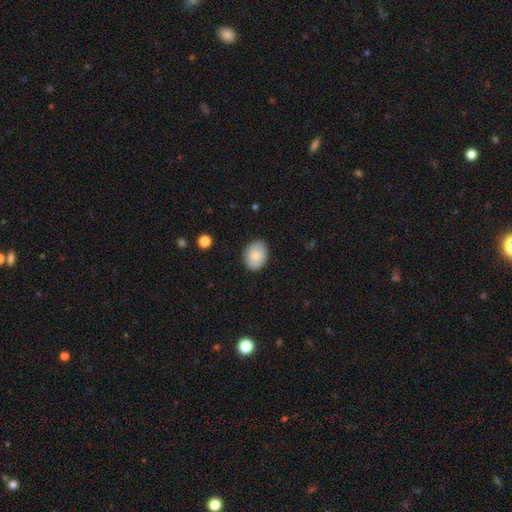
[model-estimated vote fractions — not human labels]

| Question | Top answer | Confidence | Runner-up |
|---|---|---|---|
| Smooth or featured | smooth | 81% | featured or disk (13%) |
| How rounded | in between | 67% | round (33%) |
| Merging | none | 85% | minor disturbance (12%) |